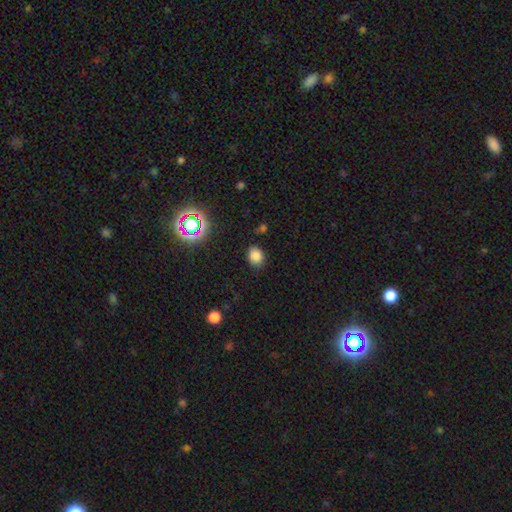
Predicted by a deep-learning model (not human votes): Smooth or featured? Predicted: smooth (p=0.78). How rounded? Predicted: in between (p=0.56). Merging? Predicted: none (p=0.77).